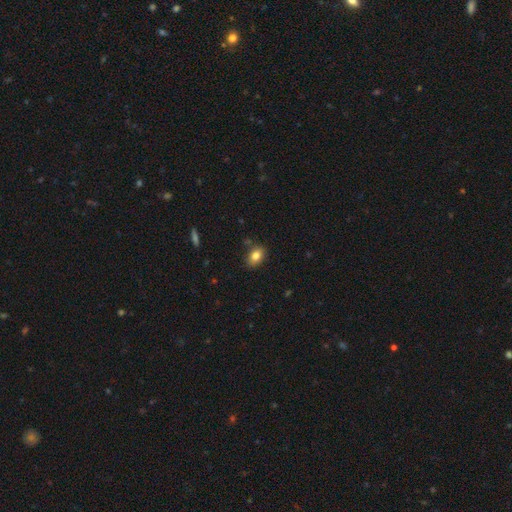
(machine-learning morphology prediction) Smooth or featured? smooth (83%)
How rounded? in between (78%)
Merging? none (80%)